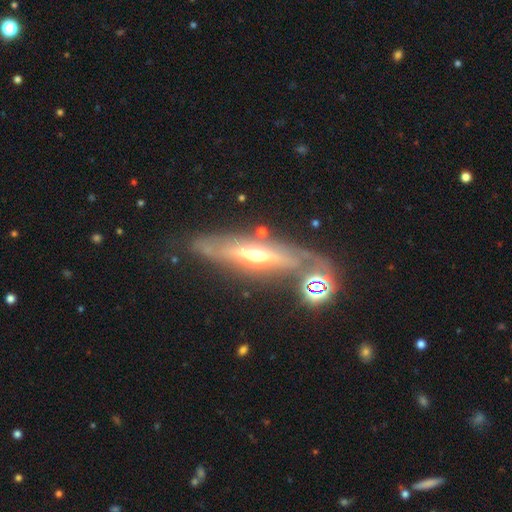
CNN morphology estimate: smooth-or-featured: featured or disk: 70% | smooth: 21% | star or artifact: 9%
  disk-edge-on: yes: 74% | no: 26%
    edge-on-bulge: rounded: 86% | none: 8% | boxy: 6%
  merging: none: 64% | minor disturbance: 16% | merger: 10% | major disturbance: 9%